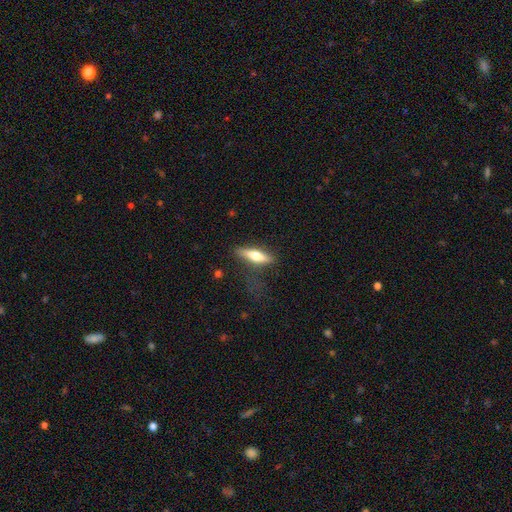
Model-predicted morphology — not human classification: This appears to be a smooth galaxy with no disk features (59%) that is cigar-shaped (65%). Merging: none (71%).